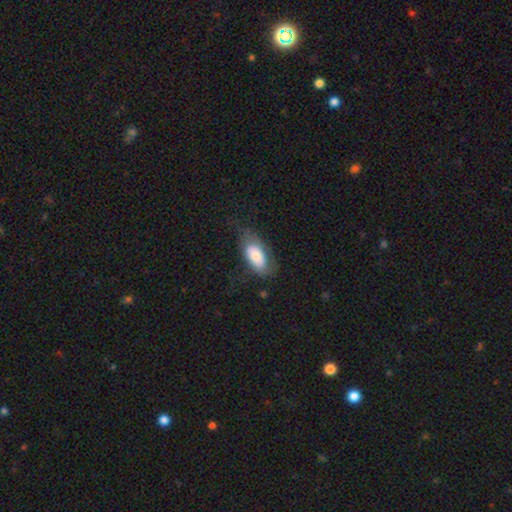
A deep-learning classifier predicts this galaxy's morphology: Smooth or featured?
  - smooth: 69% *
  - featured or disk: 24%
  - star or artifact: 7%
How rounded?
  - in between: 91% *
  - cigar-shaped: 6%
  - round: 3%
Merging?
  - none: 59% *
  - minor disturbance: 24%
  - major disturbance: 15%
  - merger: 2%